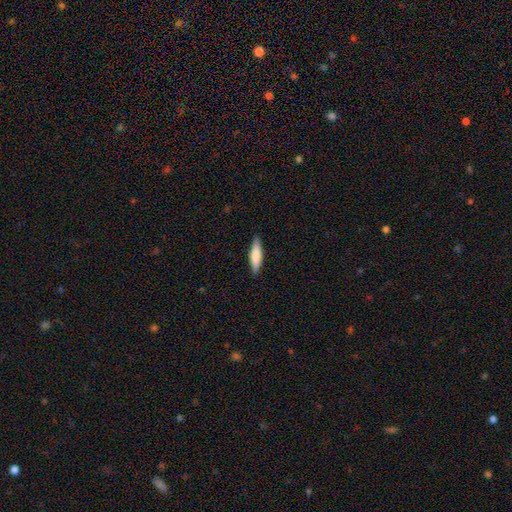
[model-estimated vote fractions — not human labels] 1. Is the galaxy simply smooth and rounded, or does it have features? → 75% smooth, 20% featured or disk, 5% star or artifact.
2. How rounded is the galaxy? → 73% cigar-shaped, 26% in between, 1% round.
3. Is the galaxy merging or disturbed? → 89% none, 9% minor disturbance, 2% major disturbance, 1% merger.